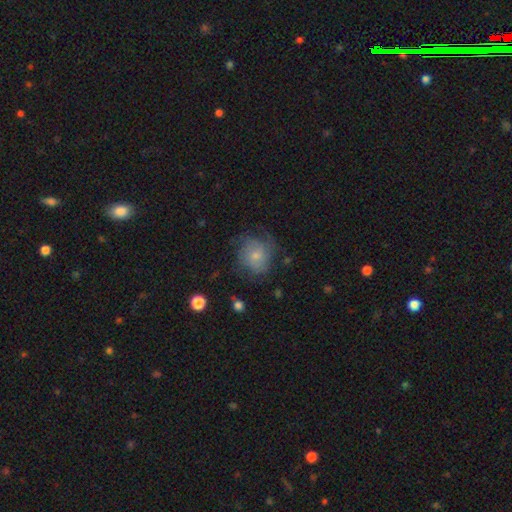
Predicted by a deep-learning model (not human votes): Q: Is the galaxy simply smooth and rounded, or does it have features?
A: smooth — 60%.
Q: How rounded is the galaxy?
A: round — 77%.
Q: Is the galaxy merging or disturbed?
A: none — 54%.